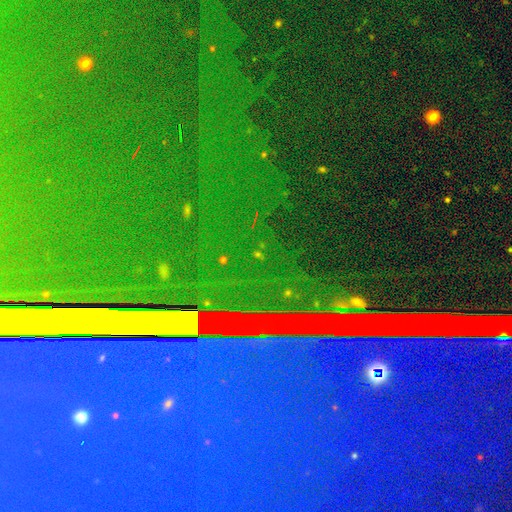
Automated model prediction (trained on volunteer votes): star or artifact 89%, featured or disk 6%, smooth 5%.